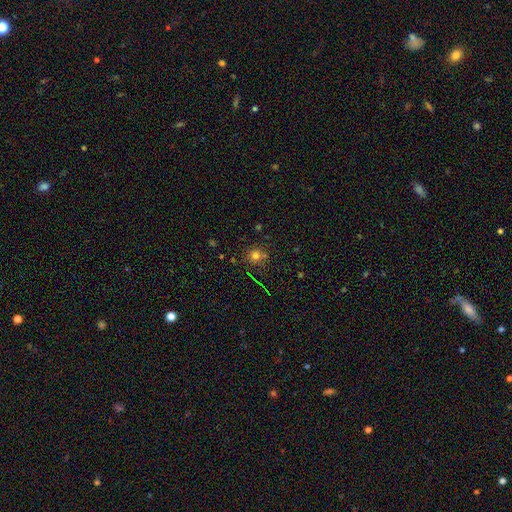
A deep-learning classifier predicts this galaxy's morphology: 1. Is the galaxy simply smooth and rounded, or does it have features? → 71% smooth, 21% star or artifact, 8% featured or disk.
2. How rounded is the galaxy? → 89% round, 10% in between, 1% cigar-shaped.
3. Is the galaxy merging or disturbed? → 74% none, 11% merger, 11% minor disturbance, 4% major disturbance.